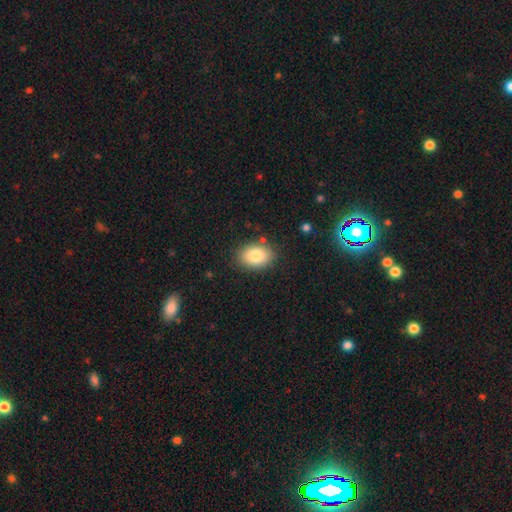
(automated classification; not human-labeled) smooth 84%, featured or disk 9%, star or artifact 8%. Down the decision tree: how rounded — in between (81%); merging — none (85%).